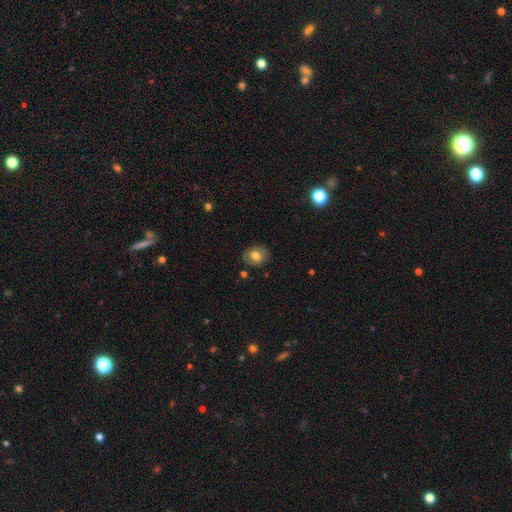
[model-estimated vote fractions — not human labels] Morphology: type=smooth (73%); roundness=in between (55%); merging=none (86%).